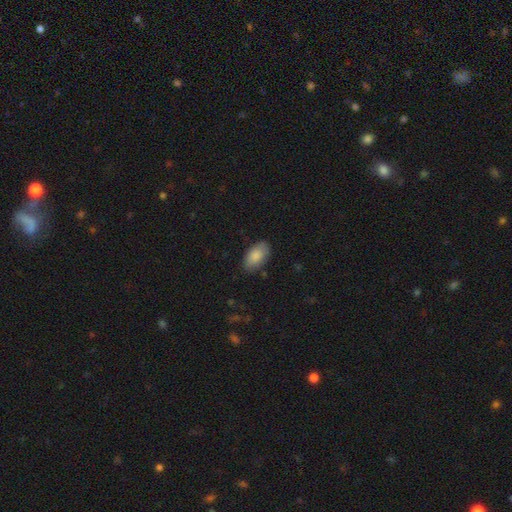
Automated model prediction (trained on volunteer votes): Smooth or featured? Predicted: smooth (p=0.86). How rounded? Predicted: in between (p=0.94). Merging? Predicted: none (p=0.81).